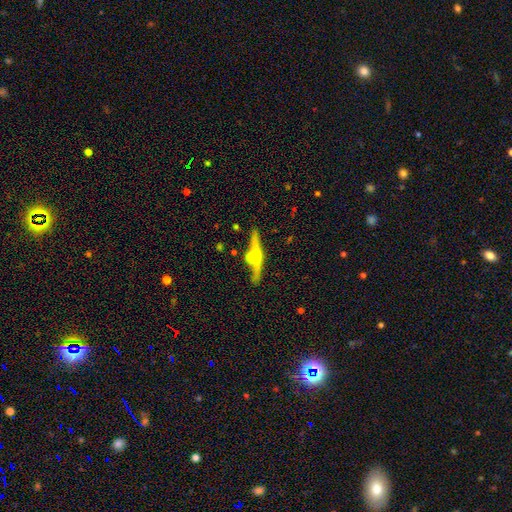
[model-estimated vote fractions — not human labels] Morphology: type=featured or disk (66%); edge-on=yes (92%); edge-on bulge=rounded (90%); merging=none (64%).